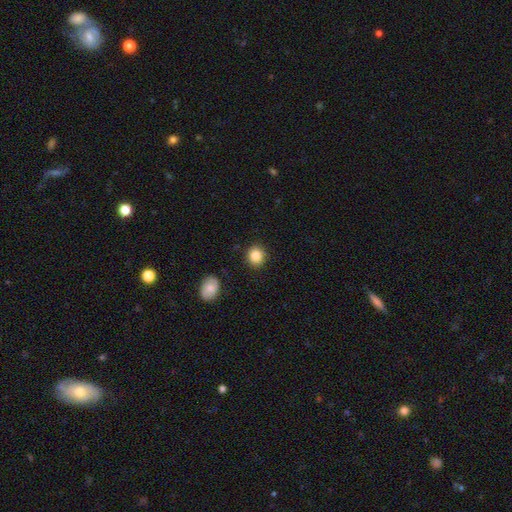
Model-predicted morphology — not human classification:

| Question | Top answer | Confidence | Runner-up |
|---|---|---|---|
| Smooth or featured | smooth | 86% | star or artifact (9%) |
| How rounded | round | 81% | in between (18%) |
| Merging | none | 90% | minor disturbance (7%) |